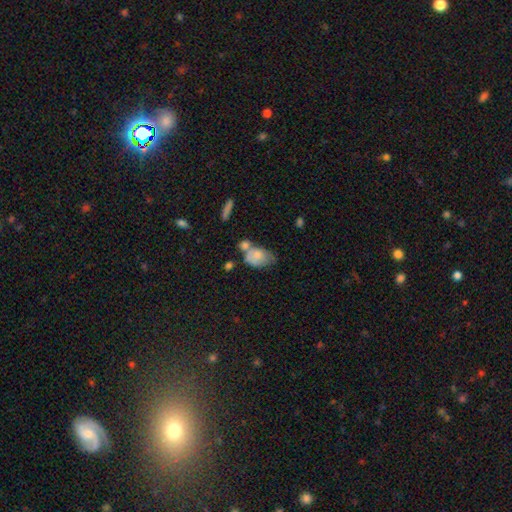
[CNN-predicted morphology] A smooth galaxy with no disk features (68%) that is in between round and cigar-shaped (86%). Merging: merger (36%).